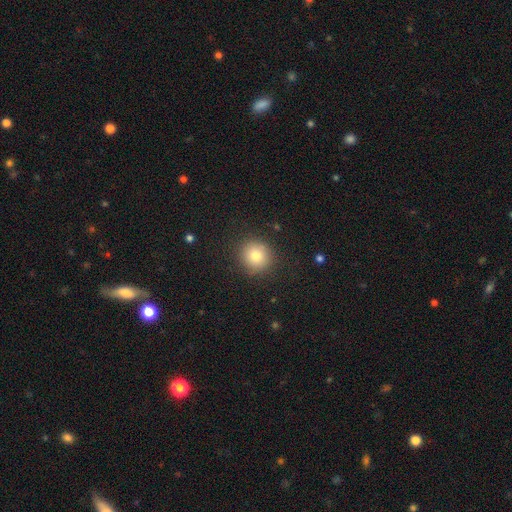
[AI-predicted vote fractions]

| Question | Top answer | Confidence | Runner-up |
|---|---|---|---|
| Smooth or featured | smooth | 80% | star or artifact (11%) |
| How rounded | round | 92% | in between (7%) |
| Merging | none | 89% | minor disturbance (7%) |